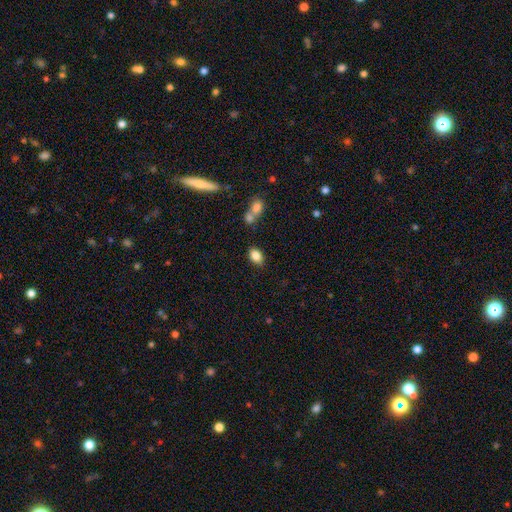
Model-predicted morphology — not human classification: Smooth or featured?
  - smooth: 85% *
  - star or artifact: 9%
  - featured or disk: 6%
How rounded?
  - in between: 83% *
  - round: 15%
  - cigar-shaped: 2%
Merging?
  - none: 79% *
  - minor disturbance: 12%
  - merger: 6%
  - major disturbance: 3%